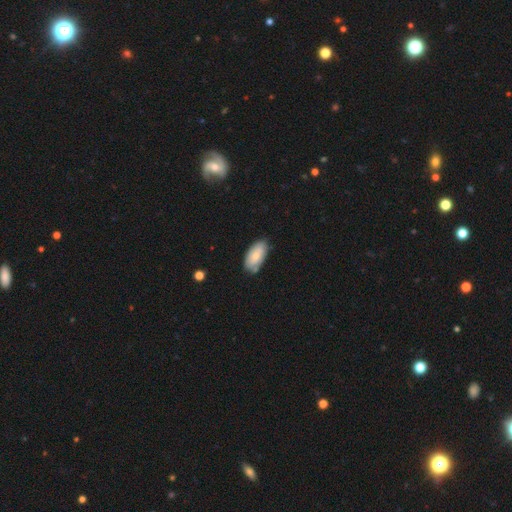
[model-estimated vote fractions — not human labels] Smooth or featured? Predicted: smooth (p=0.74). How rounded? Predicted: in between (p=0.94). Merging? Predicted: none (p=0.74).